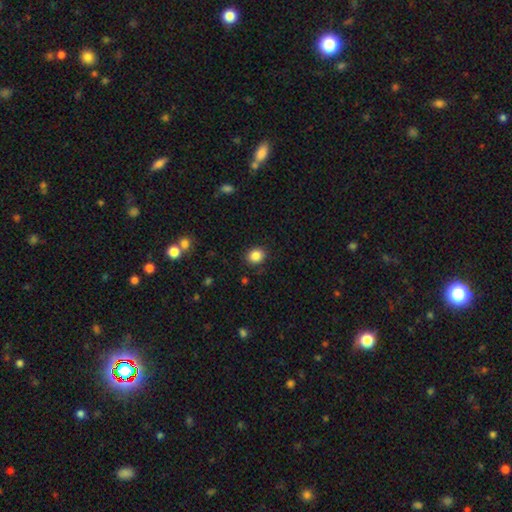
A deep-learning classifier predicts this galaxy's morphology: smooth 86%, star or artifact 10%, featured or disk 4%. Down the decision tree: how rounded — round (72%); merging — none (88%).